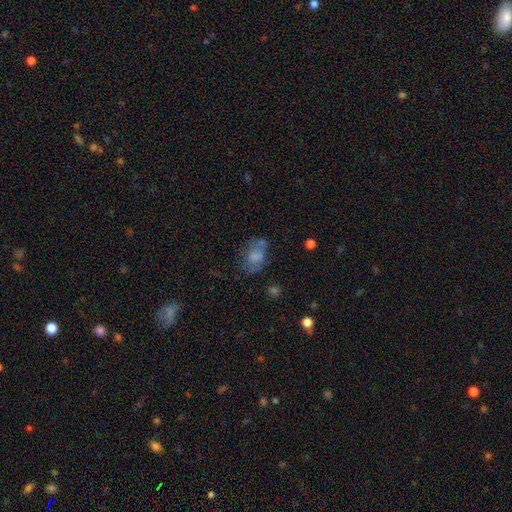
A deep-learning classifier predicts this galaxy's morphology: Smooth or featured?
  - smooth: 59% *
  - featured or disk: 30%
  - star or artifact: 12%
How rounded?
  - in between: 80% *
  - round: 18%
  - cigar-shaped: 2%
Merging?
  - none: 46% *
  - minor disturbance: 25%
  - major disturbance: 19%
  - merger: 11%